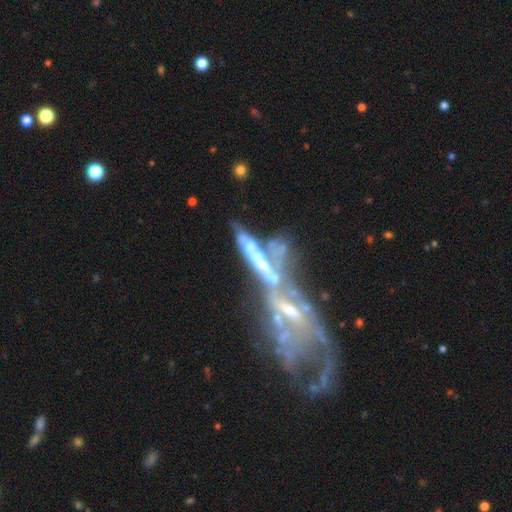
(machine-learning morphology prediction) A featured or disk galaxy (68%).

Vote fractions:
- Smooth or featured? featured or disk: 68% / smooth: 21% / star or artifact: 11%
- Edge-on disk? no: 70% / yes: 30%
- Merging? merger: 69% / major disturbance: 14% / none: 11% / minor disturbance: 7%